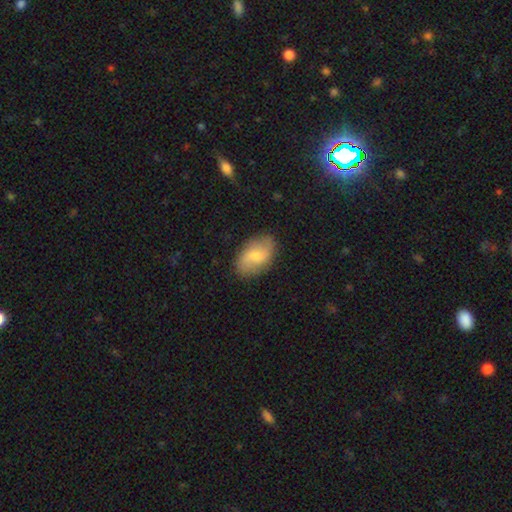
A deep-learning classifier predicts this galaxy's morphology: Smooth or featured?
  - smooth: 57% *
  - featured or disk: 36%
  - star or artifact: 7%
How rounded?
  - in between: 92% *
  - round: 6%
  - cigar-shaped: 2%
Merging?
  - none: 83% *
  - minor disturbance: 13%
  - major disturbance: 3%
  - merger: 1%